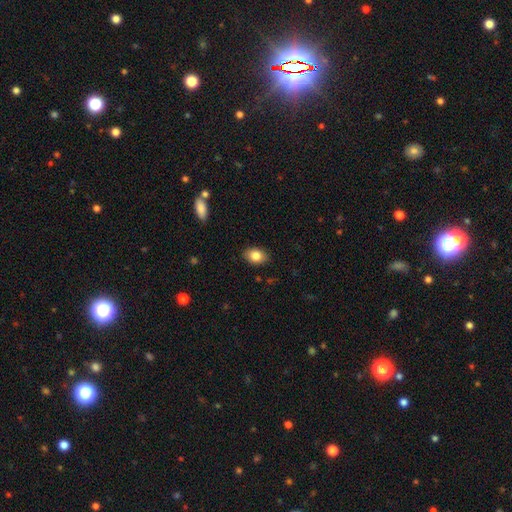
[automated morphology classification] smooth-or-featured: smooth: 84% | star or artifact: 8% | featured or disk: 8%
  how-rounded: in between: 81% | round: 18% | cigar-shaped: 1%
  merging: none: 87% | minor disturbance: 10% | major disturbance: 2% | merger: 1%